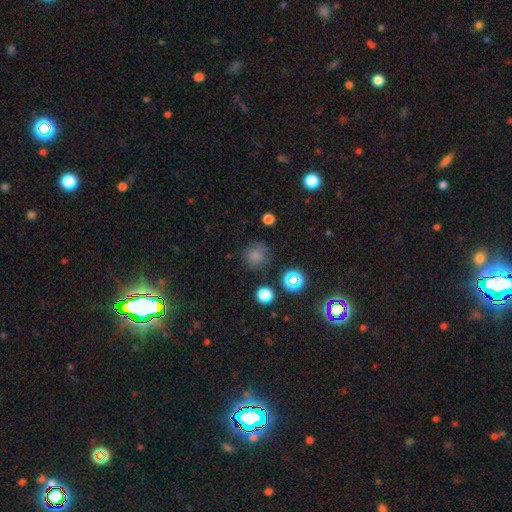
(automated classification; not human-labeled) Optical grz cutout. It shows a smooth galaxy with no disk features (73%) that is round (89%). Merging: none (76%).